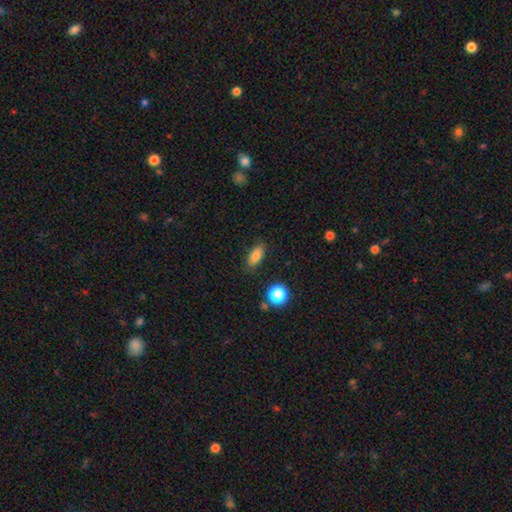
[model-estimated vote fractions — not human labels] Smooth or featured? smooth (83%)
How rounded? in between (79%)
Merging? none (84%)